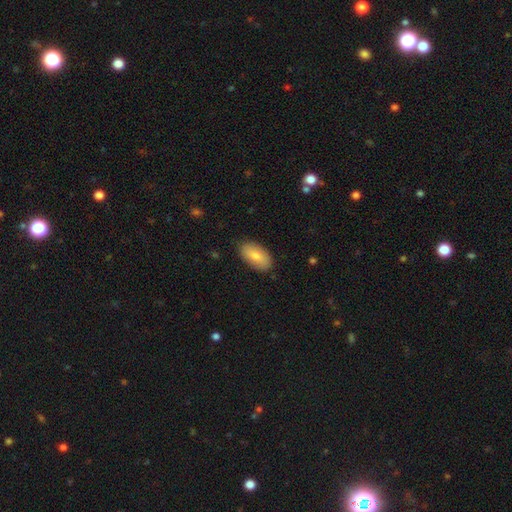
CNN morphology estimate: A smooth galaxy with no disk features (83%) that is in between round and cigar-shaped (94%). Merging: none (85%).